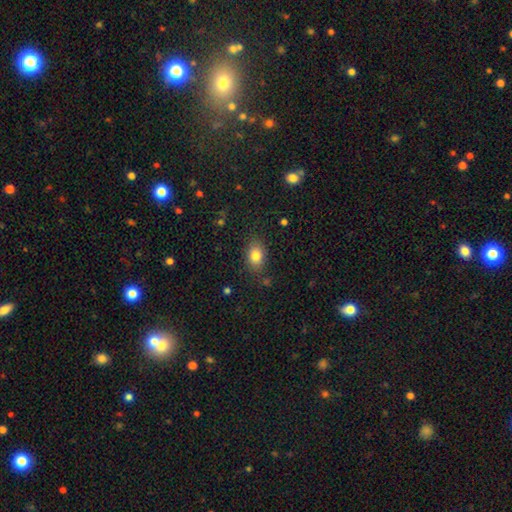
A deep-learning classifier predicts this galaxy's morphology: smooth_or_featured: smooth (p=0.82) [alt: star or artifact p=0.10]
how_rounded: in between (p=0.78) [alt: round p=0.21]
merging: none (p=0.82) [alt: minor disturbance p=0.12]